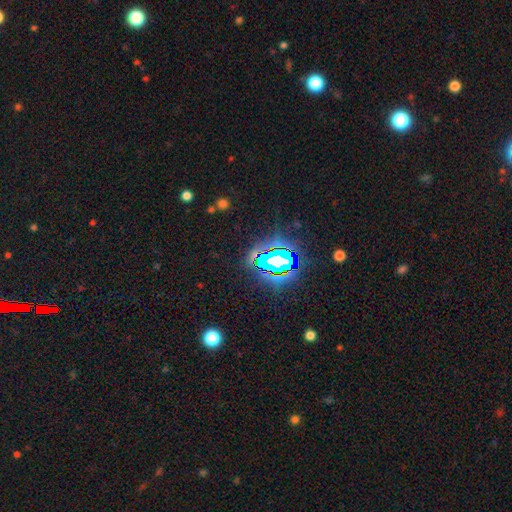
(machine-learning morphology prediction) A star or artifact, not a galaxy (74%).

Vote fractions:
- Smooth or featured? star or artifact: 74% / smooth: 15% / featured or disk: 11%